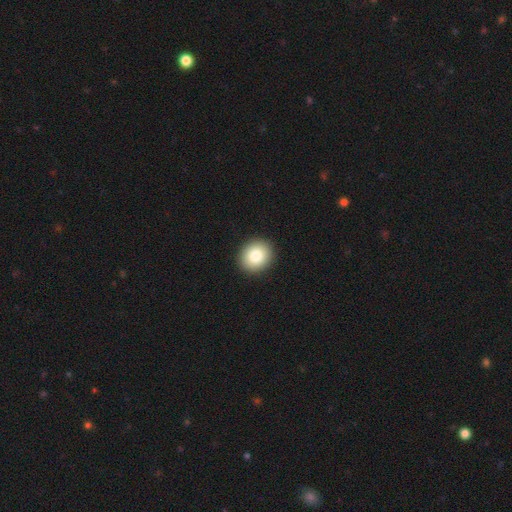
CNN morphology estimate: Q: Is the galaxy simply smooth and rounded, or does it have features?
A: smooth — 84%.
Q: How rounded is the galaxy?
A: round — 73%.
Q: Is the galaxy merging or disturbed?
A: none — 92%.